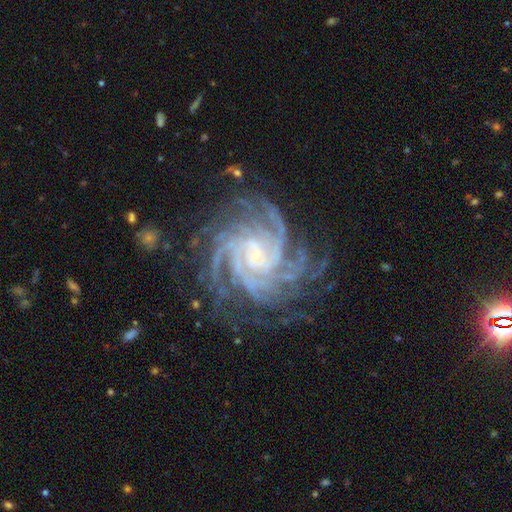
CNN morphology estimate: smooth-or-featured: featured or disk: 91% | star or artifact: 6% | smooth: 3%
  disk-edge-on: no: 98% | yes: 2%
    bar: no: 58% | weak: 30% | strong: 11%
    has-spiral-arms: yes: 99% | no: 1%
      spiral-winding: tight: 72% | medium: 24% | loose: 4%
      spiral-arm-count: more than 4: 43% | 4: 24% | can't tell: 10% | 3: 9% | 2: 7% | 1: 7%
    bulge-size: small: 81% | moderate: 12% | none: 4% | large: 2% | dominant: 1%
  merging: none: 76% | minor disturbance: 15% | major disturbance: 8% | merger: 2%